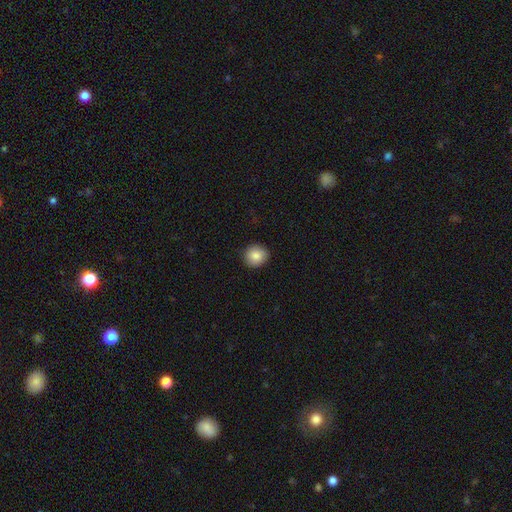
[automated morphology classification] This is clearly a smooth galaxy (86%). How rounded: clearly round (87%). Merging: clearly none (90%).